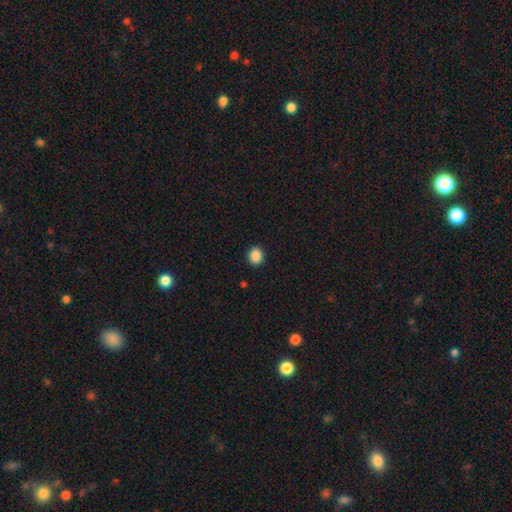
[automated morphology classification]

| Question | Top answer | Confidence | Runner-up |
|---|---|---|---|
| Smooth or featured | smooth | 88% | star or artifact (9%) |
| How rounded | round | 81% | in between (18%) |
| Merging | none | 92% | minor disturbance (5%) |